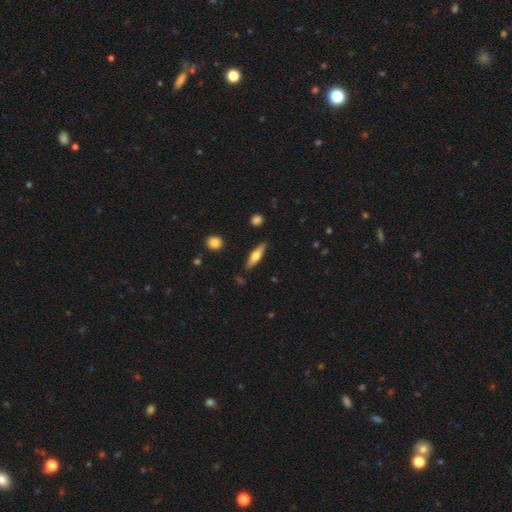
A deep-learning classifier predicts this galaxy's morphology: Smooth or featured: smooth — 52% (featured or disk — 42%)
How rounded: cigar-shaped — 64% (in between — 33%)
Merging: none — 85% (minor disturbance — 11%)